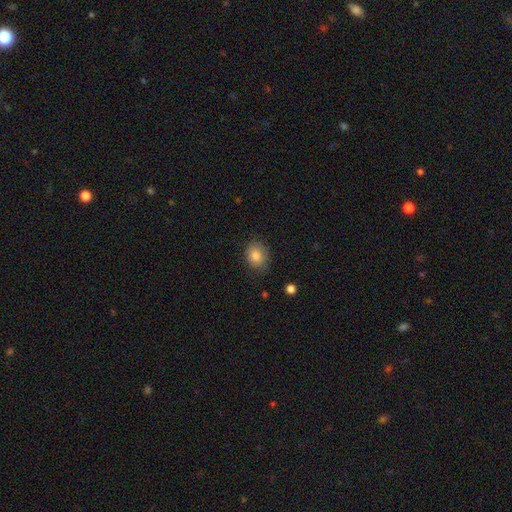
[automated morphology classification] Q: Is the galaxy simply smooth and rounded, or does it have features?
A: smooth — 83%.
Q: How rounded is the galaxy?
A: round — 50%.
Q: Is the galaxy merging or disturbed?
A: none — 78%.